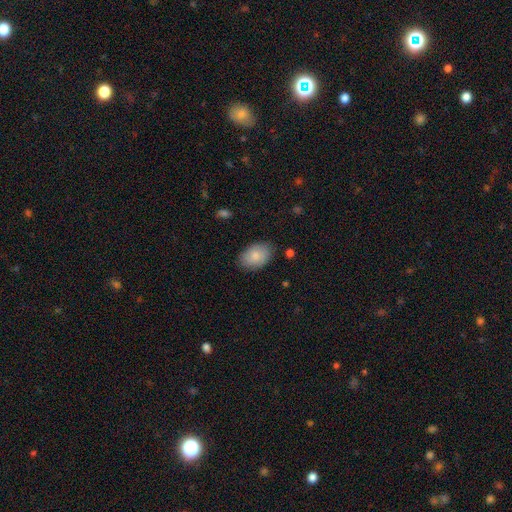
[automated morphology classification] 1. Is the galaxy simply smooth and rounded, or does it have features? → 84% smooth, 10% featured or disk, 6% star or artifact.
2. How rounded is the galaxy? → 86% in between, 12% round, 1% cigar-shaped.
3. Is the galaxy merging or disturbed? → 82% none, 14% minor disturbance, 3% major disturbance, 1% merger.